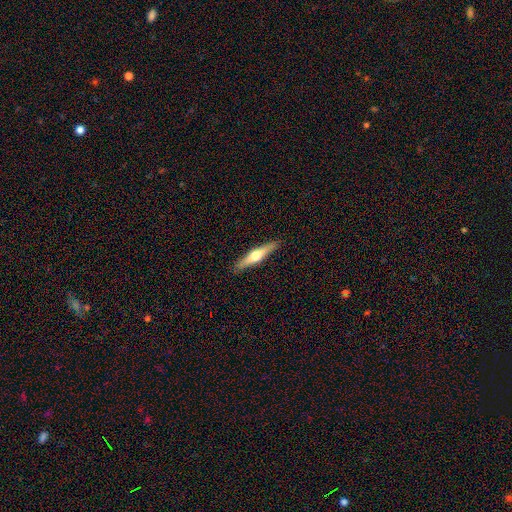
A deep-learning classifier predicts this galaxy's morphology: Smooth or featured? featured or disk (57%)
Edge-on disk? yes (96%)
Edge-on bulge? rounded (92%)
Merging? none (90%)